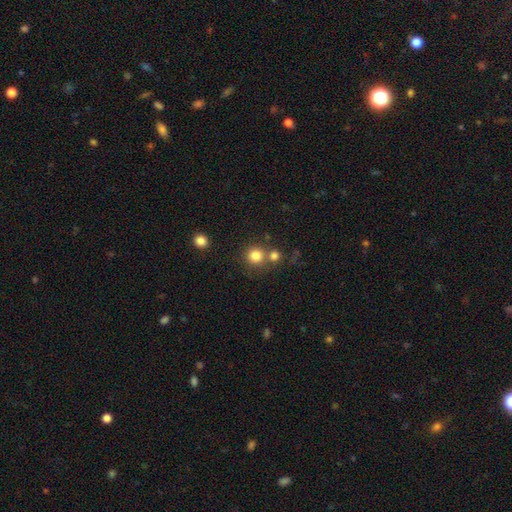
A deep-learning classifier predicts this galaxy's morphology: type=smooth (80%); roundness=round (92%); merging=none (65%).